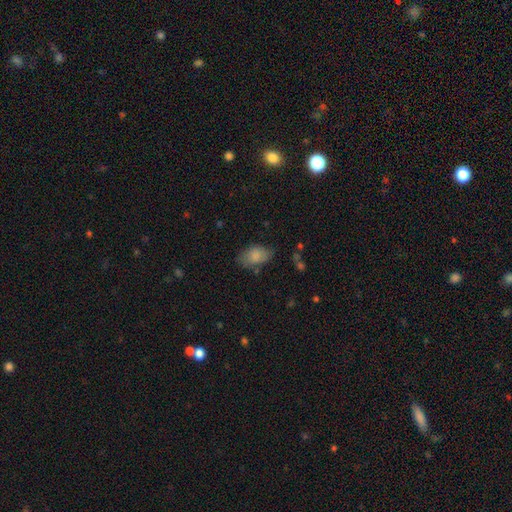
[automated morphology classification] smooth_or_featured: smooth (p=0.83) [alt: featured or disk p=0.10]
how_rounded: in between (p=0.90) [alt: round p=0.09]
merging: none (p=0.65) [alt: minor disturbance p=0.24]